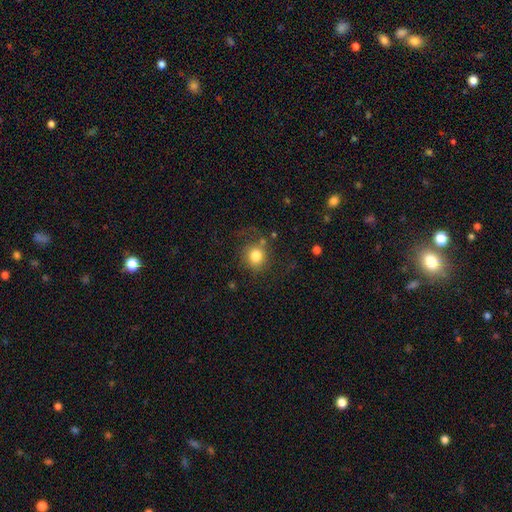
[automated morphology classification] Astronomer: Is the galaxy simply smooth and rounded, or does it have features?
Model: smooth — 80%.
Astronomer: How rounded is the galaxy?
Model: round — 86%.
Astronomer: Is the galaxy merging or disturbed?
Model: none — 68%.